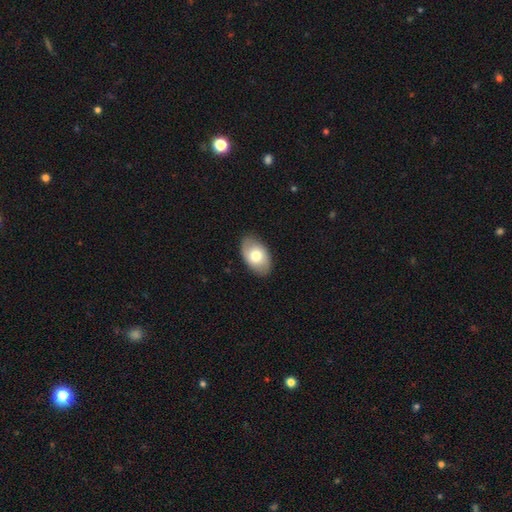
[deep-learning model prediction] Smooth or featured: smooth — 68% (featured or disk — 26%)
How rounded: in between — 90% (round — 8%)
Merging: none — 85% (minor disturbance — 12%)